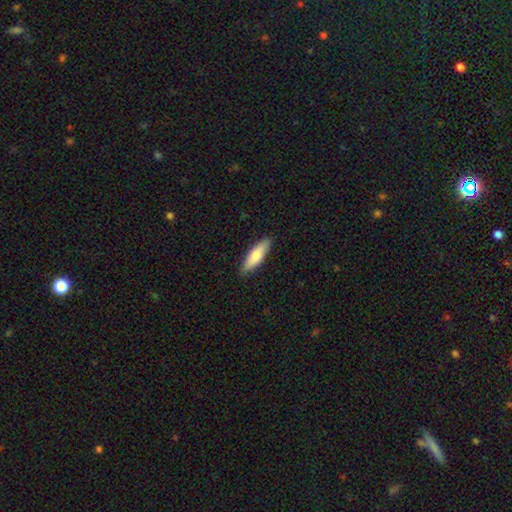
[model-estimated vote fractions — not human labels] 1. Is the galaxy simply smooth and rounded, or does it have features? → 80% smooth, 15% featured or disk, 5% star or artifact.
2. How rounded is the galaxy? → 53% cigar-shaped, 45% in between, 2% round.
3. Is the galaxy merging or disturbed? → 87% none, 10% minor disturbance, 2% major disturbance, 1% merger.